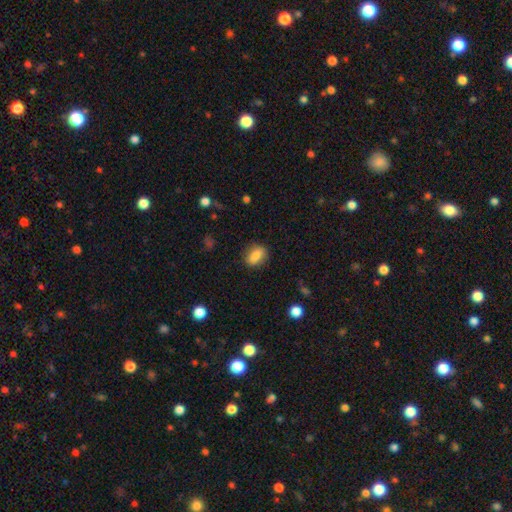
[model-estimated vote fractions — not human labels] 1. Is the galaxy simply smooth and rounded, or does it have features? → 85% smooth, 8% star or artifact, 7% featured or disk.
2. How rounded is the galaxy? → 80% in between, 15% round, 5% cigar-shaped.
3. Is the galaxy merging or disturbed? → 83% none, 12% minor disturbance, 3% major disturbance, 1% merger.